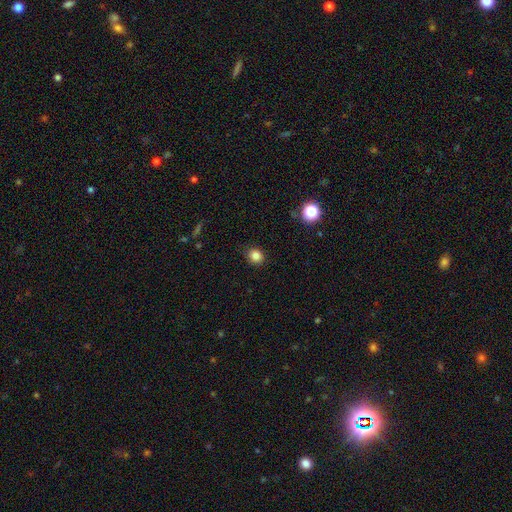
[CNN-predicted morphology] smooth_or_featured: smooth (p=0.83) [alt: star or artifact p=0.13]
how_rounded: round (p=0.80) [alt: in between p=0.20]
merging: none (p=0.89) [alt: minor disturbance p=0.08]